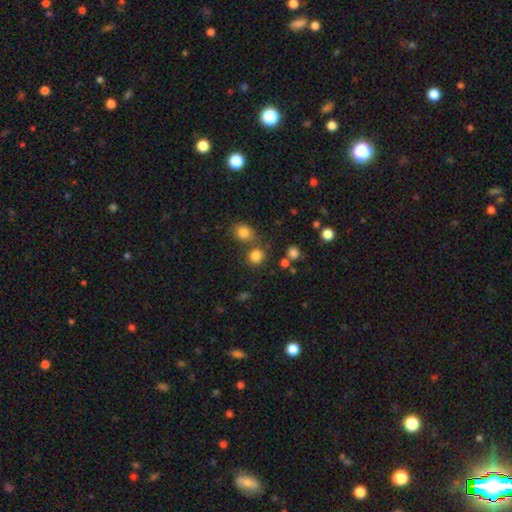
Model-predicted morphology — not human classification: smooth-or-featured: smooth: 81% | star or artifact: 13% | featured or disk: 5%
  how-rounded: round: 84% | in between: 15% | cigar-shaped: 1%
  merging: none: 68% | merger: 20% | minor disturbance: 9% | major disturbance: 3%